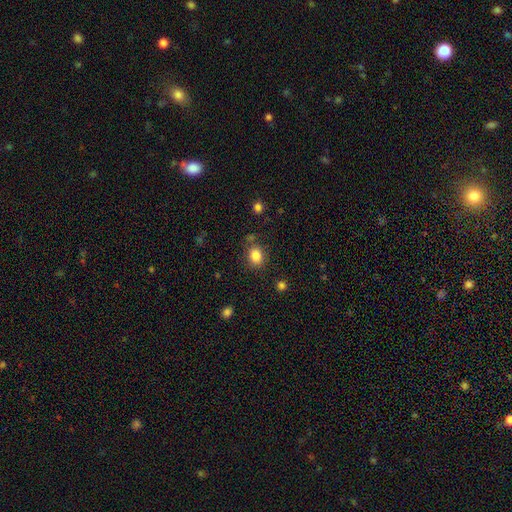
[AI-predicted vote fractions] This appears to be a smooth galaxy with no disk features (84%) that is round (53%). Merging: none (77%).